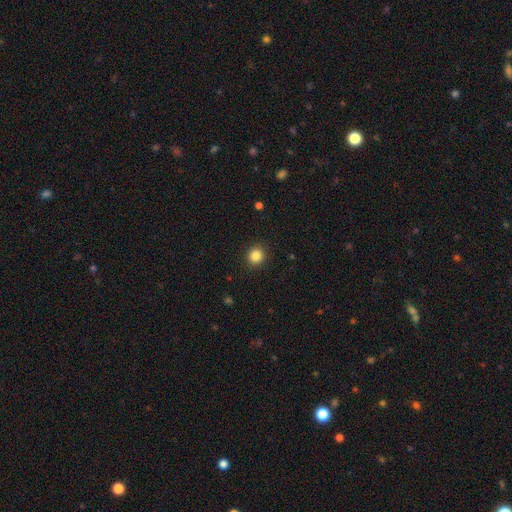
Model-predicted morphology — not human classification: A smooth galaxy with no disk features (85%) that is round (87%). Merging: none (91%).